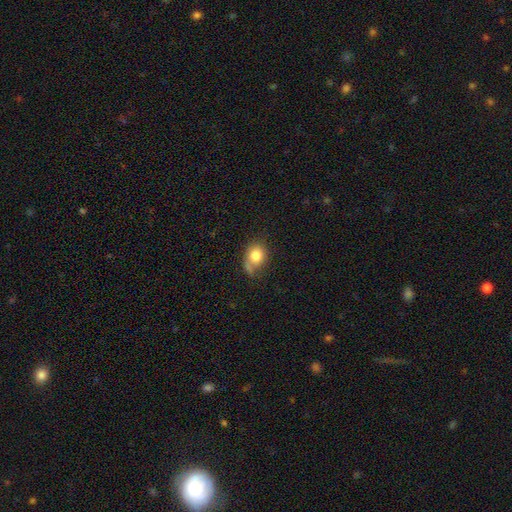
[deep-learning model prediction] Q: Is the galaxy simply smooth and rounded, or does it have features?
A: smooth — 80%.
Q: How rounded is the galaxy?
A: round — 55%.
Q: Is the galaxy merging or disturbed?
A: none — 49%.